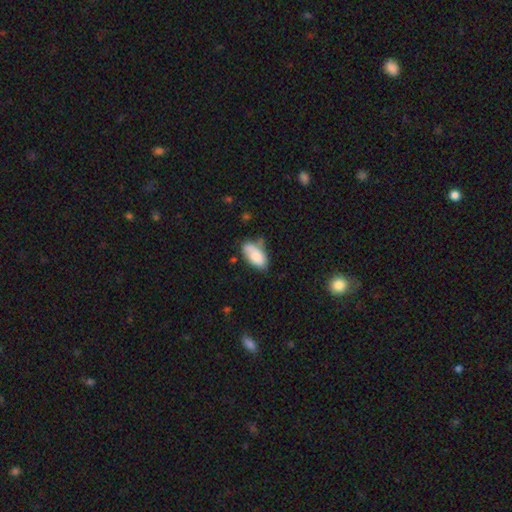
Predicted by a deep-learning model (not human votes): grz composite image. It shows a smooth galaxy with no disk features (83%) that is in between round and cigar-shaped (93%). Merging: none (54%).